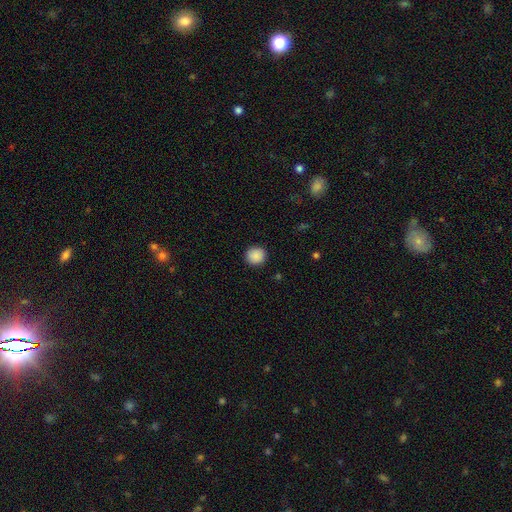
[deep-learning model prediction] This appears to be a smooth galaxy with no disk features (89%) that is round (91%). Merging: none (91%).